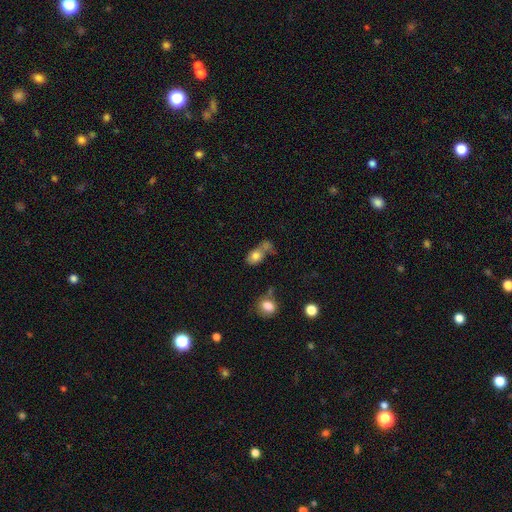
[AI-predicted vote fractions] Smooth or featured? Predicted: smooth (p=0.76). How rounded? Predicted: in between (p=0.75). Merging? Predicted: merger (p=0.35).